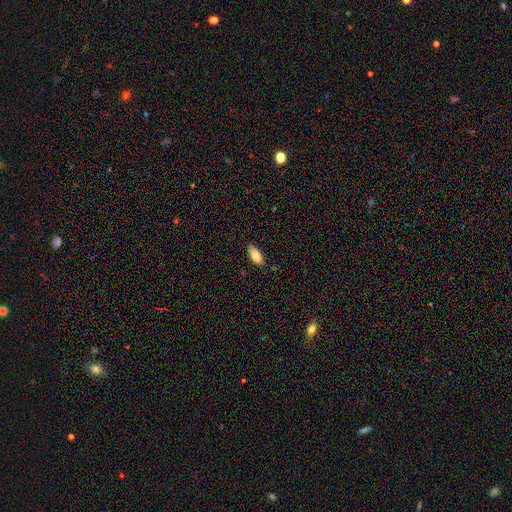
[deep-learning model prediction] Smooth or featured?
  - smooth: 84% *
  - featured or disk: 9%
  - star or artifact: 7%
How rounded?
  - in between: 84% *
  - cigar-shaped: 14%
  - round: 2%
Merging?
  - none: 81% *
  - minor disturbance: 16%
  - major disturbance: 2%
  - merger: 1%